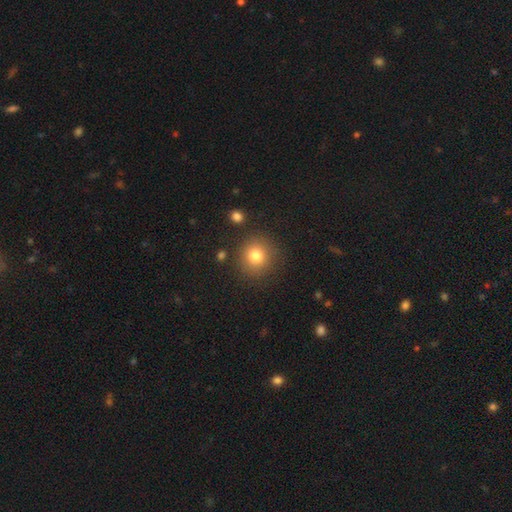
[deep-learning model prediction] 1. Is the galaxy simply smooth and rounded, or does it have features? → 80% smooth, 12% star or artifact, 8% featured or disk.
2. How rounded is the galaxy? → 90% round, 9% in between, 1% cigar-shaped.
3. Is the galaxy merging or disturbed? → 86% none, 8% minor disturbance, 3% major disturbance, 3% merger.